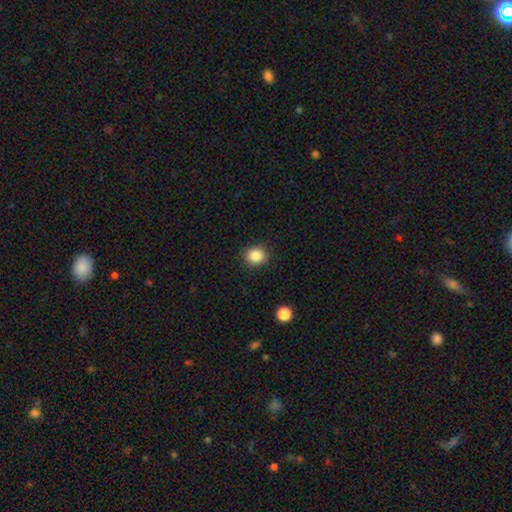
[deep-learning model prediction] smooth 85%, star or artifact 10%, featured or disk 4%. Down the decision tree: how rounded — round (76%); merging — none (91%).